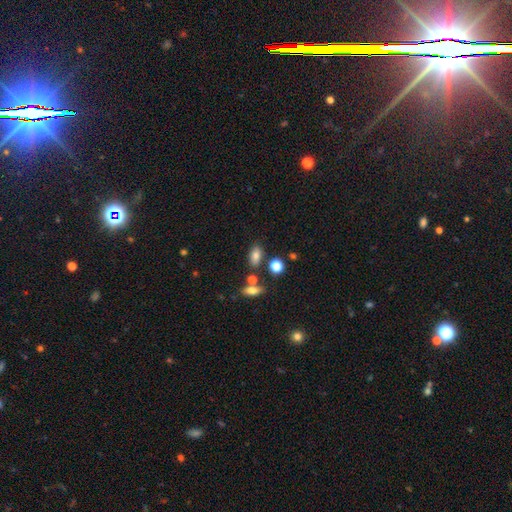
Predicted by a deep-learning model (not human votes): A smooth galaxy with no disk features (78%) that is in between round and cigar-shaped (83%).

Vote fractions:
- Smooth or featured? smooth: 78% / star or artifact: 11% / featured or disk: 11%
- How rounded? in between: 83% / round: 12% / cigar-shaped: 5%
- Merging? none: 73% / minor disturbance: 13% / merger: 11% / major disturbance: 4%